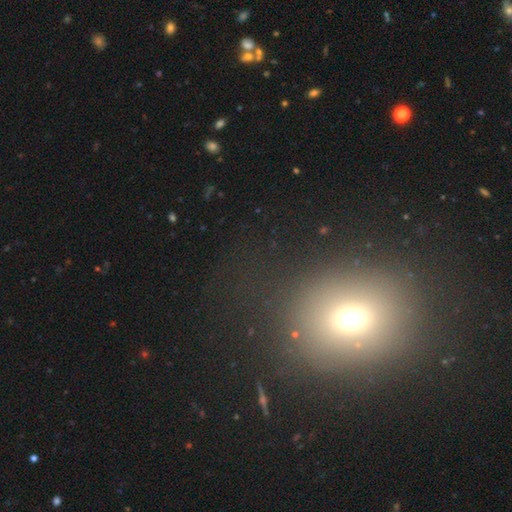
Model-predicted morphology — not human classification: A smooth galaxy with no disk features (57%) that is round (67%).

Vote fractions:
- Smooth or featured? smooth: 57% / star or artifact: 33% / featured or disk: 11%
- How rounded? round: 67% / in between: 31% / cigar-shaped: 2%
- Merging? none: 80% / minor disturbance: 10% / major disturbance: 7% / merger: 3%